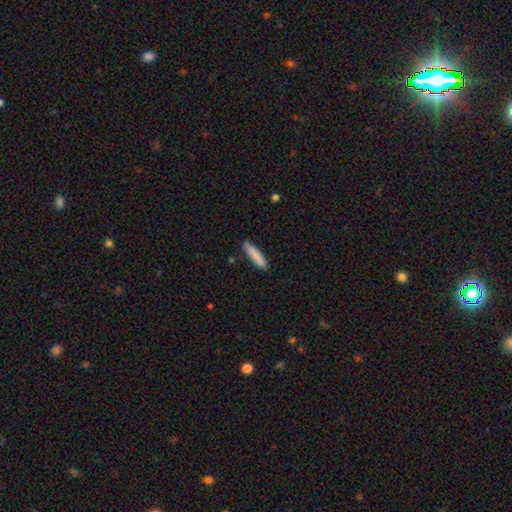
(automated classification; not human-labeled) Smooth or featured? smooth (85%)
How rounded? cigar-shaped (84%)
Merging? none (86%)